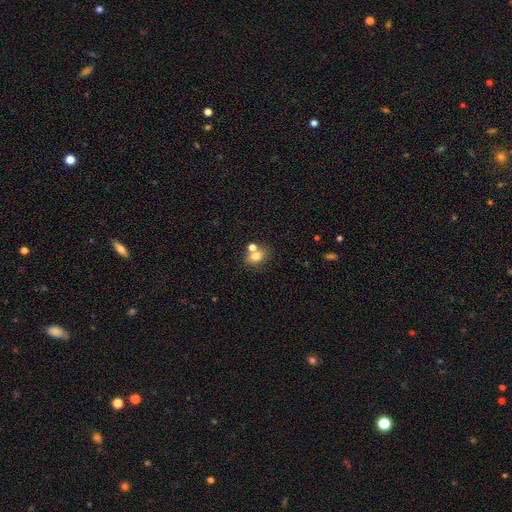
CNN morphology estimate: type=smooth (75%); roundness=in between (62%); merging=none (51%).